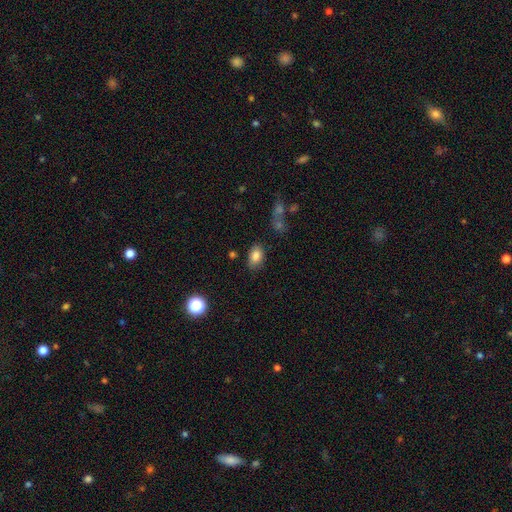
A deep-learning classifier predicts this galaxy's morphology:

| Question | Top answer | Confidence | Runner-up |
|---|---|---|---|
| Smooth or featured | smooth | 83% | star or artifact (9%) |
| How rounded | in between | 85% | round (13%) |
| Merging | none | 79% | minor disturbance (14%) |